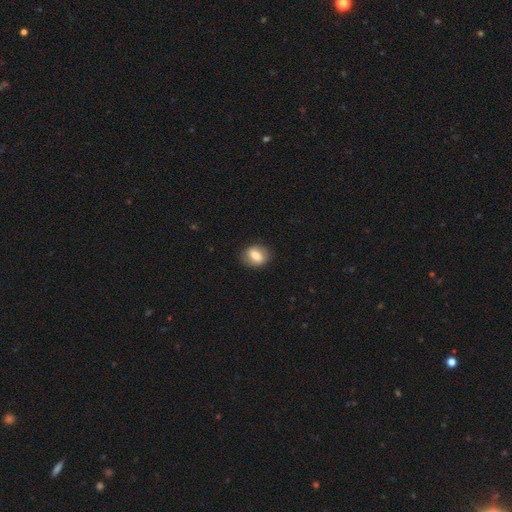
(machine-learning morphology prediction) A smooth galaxy with no disk features (69%) that is in between round and cigar-shaped (56%). Merging: none (85%).